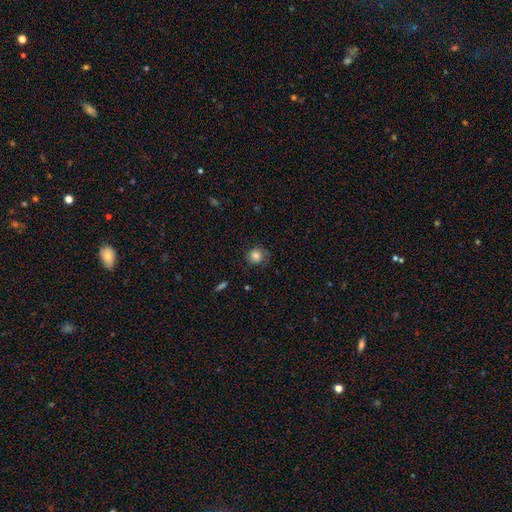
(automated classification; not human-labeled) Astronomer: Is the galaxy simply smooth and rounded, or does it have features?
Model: smooth — 74%.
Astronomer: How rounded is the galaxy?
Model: round — 83%.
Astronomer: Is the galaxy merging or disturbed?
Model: none — 64%.